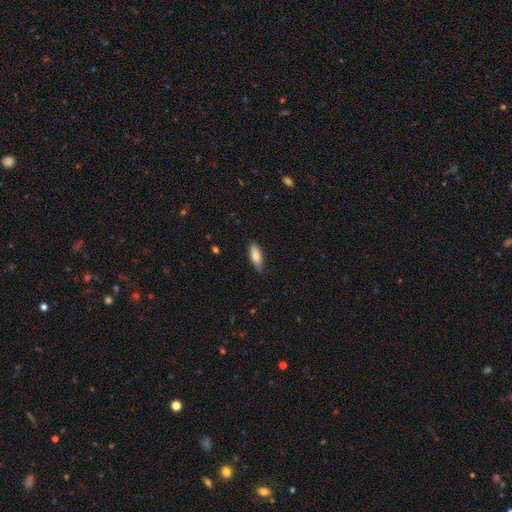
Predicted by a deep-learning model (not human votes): Smooth or featured? smooth (76%)
How rounded? in between (66%)
Merging? none (78%)